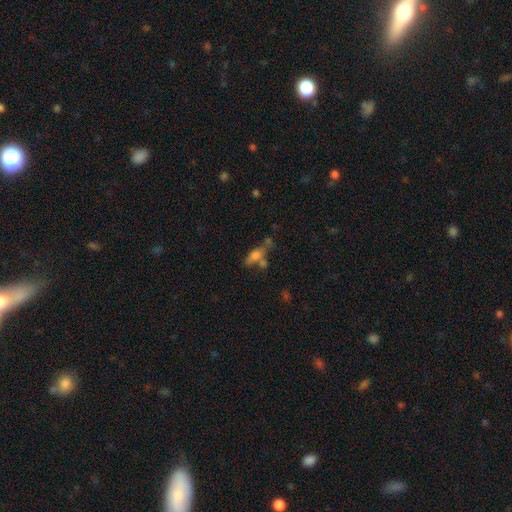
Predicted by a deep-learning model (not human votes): Smooth or featured: smooth — 57% (featured or disk — 30%)
How rounded: in between — 59% (cigar-shaped — 34%)
Merging: none — 39% (merger — 29%)